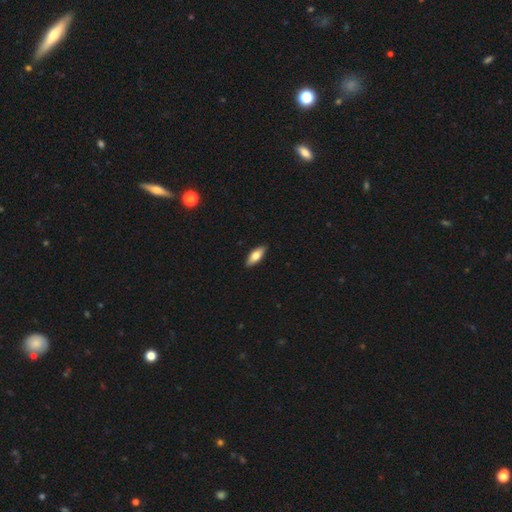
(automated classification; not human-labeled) A smooth galaxy with no disk features (74%) that is in between round and cigar-shaped (75%).

Vote fractions:
- Smooth or featured? smooth: 74% / featured or disk: 20% / star or artifact: 6%
- How rounded? in between: 75% / cigar-shaped: 23% / round: 2%
- Merging? none: 89% / minor disturbance: 8% / major disturbance: 2% / merger: 1%